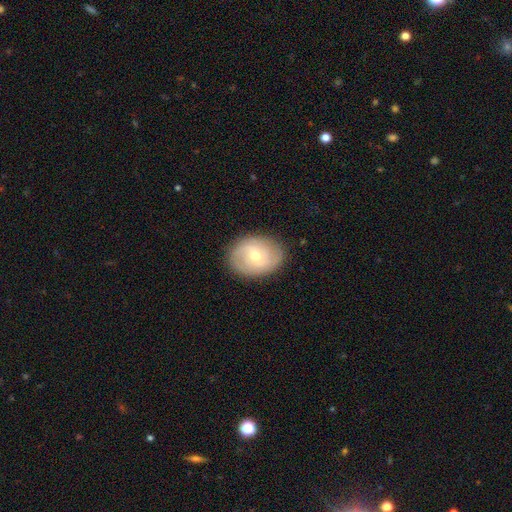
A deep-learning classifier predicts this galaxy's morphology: A featured or disk galaxy (58%) with no bar (45%), spiral arms (76%) and a moderate central bulge (53%). Merging: none (84%).